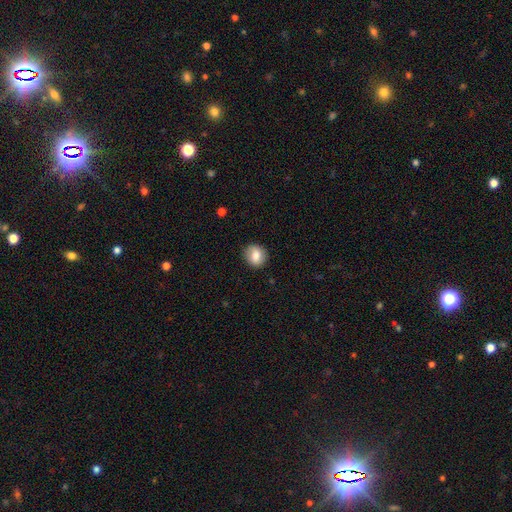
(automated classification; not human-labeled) Smooth or featured?
  - smooth: 79% *
  - featured or disk: 12%
  - star or artifact: 8%
How rounded?
  - round: 76% *
  - in between: 23%
  - cigar-shaped: 1%
Merging?
  - none: 87% *
  - minor disturbance: 9%
  - major disturbance: 2%
  - merger: 1%